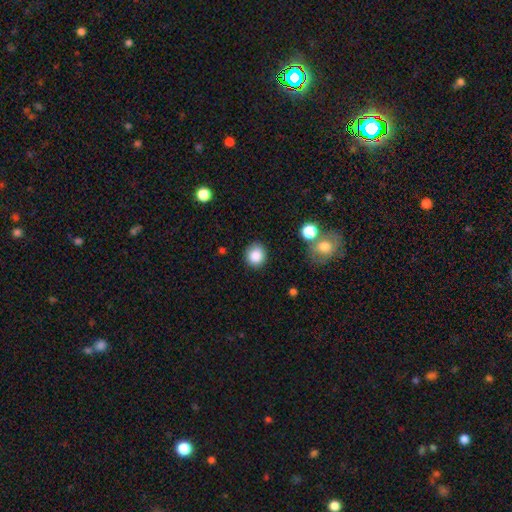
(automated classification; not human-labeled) Smooth or featured?
  - smooth: 86% *
  - star or artifact: 9%
  - featured or disk: 5%
How rounded?
  - round: 78% *
  - in between: 21%
  - cigar-shaped: 1%
Merging?
  - none: 84% *
  - minor disturbance: 11%
  - major disturbance: 3%
  - merger: 2%